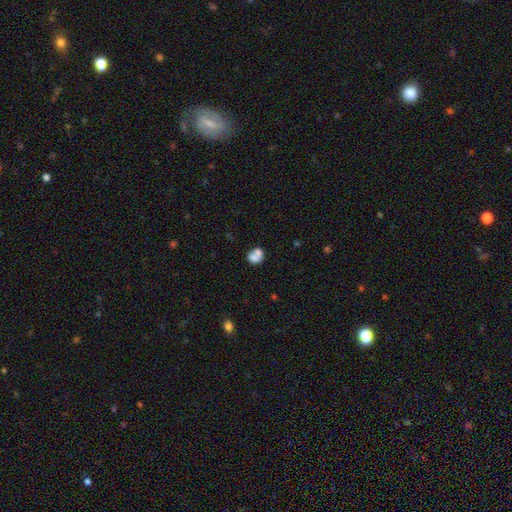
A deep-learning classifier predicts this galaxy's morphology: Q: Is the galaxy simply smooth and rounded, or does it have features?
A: smooth — 70%.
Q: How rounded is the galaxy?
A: round — 55%.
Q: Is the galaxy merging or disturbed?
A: merger — 57%.